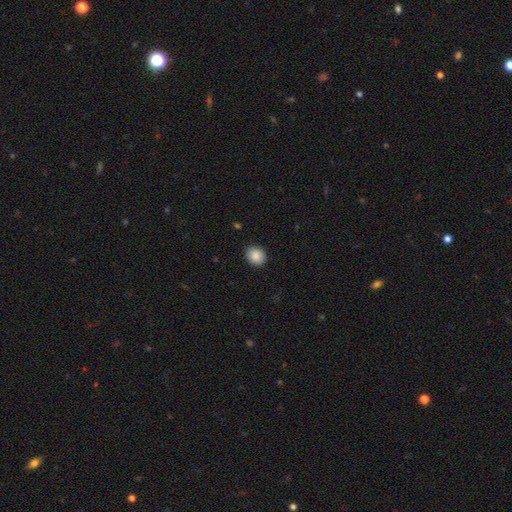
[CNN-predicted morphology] Overall: smooth (89%). How rounded: round (70%). Merging: none (91%).